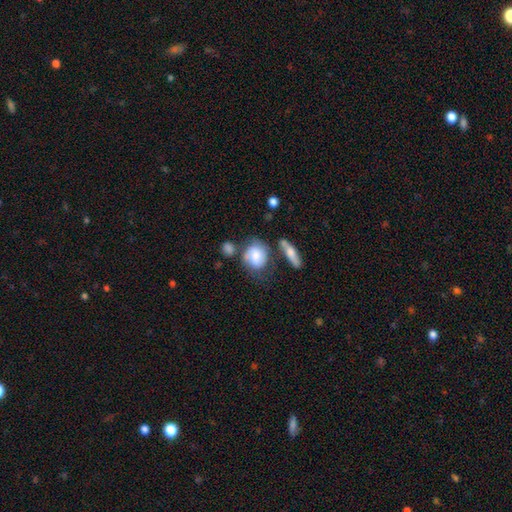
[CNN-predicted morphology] Smooth or featured? Predicted: smooth (p=0.66). How rounded? Predicted: round (p=0.58). Merging? Predicted: none (p=0.46).